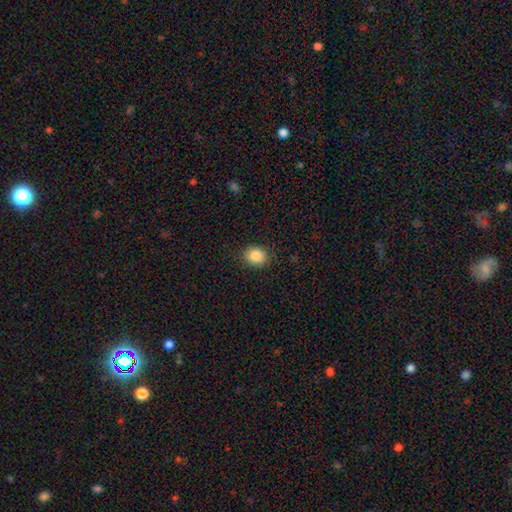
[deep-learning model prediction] Q: Smooth or featured?
A: smooth (86%); runner-up: star or artifact (9%)
Q: How rounded?
A: round (62%); runner-up: in between (37%)
Q: Merging?
A: none (89%); runner-up: minor disturbance (8%)